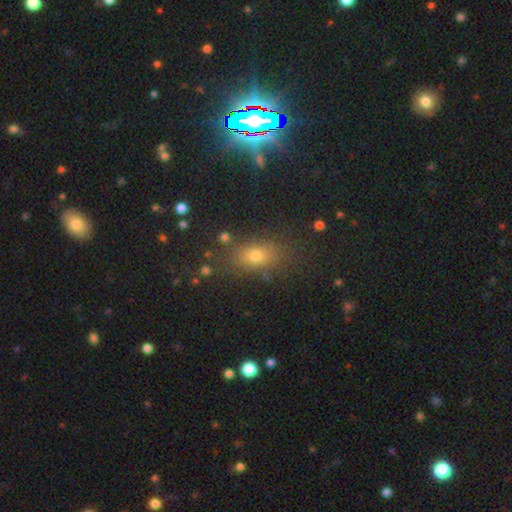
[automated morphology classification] smooth 68%, star or artifact 20%, featured or disk 11%. Down the decision tree: how rounded — in between (72%); merging — none (79%).